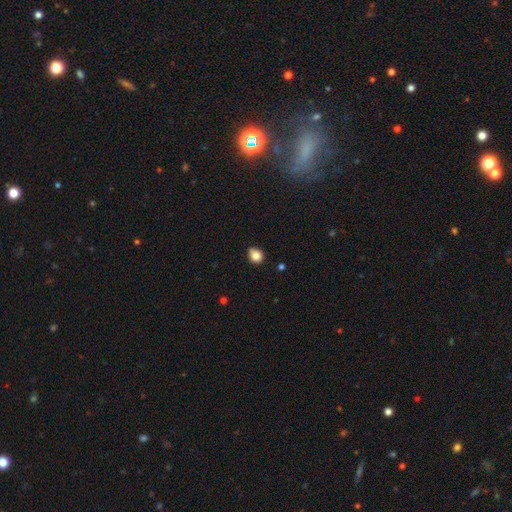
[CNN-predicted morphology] A smooth galaxy with no disk features (83%) that is round (77%).

Vote fractions:
- Smooth or featured? smooth: 83% / star or artifact: 11% / featured or disk: 6%
- How rounded? round: 77% / in between: 22% / cigar-shaped: 1%
- Merging? none: 71% / minor disturbance: 22% / major disturbance: 4% / merger: 4%